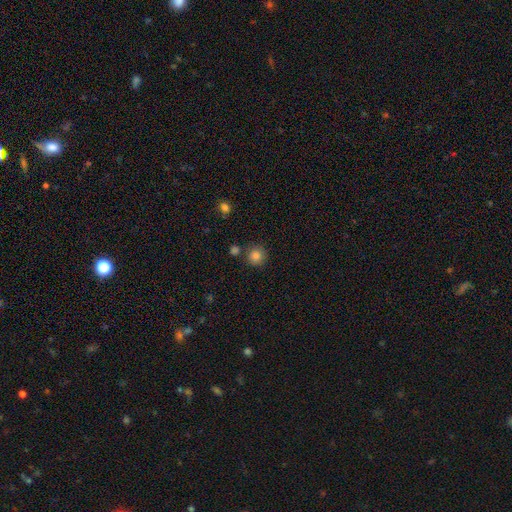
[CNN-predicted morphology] smooth 84%, star or artifact 12%, featured or disk 5%. Down the decision tree: how rounded — round (93%); merging — none (82%).